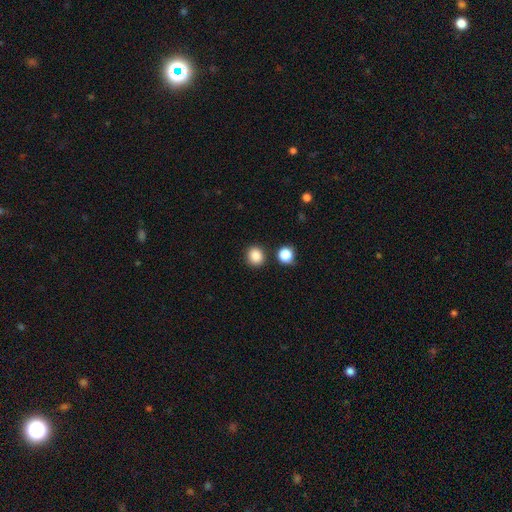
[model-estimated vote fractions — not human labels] Overall: smooth (86%). How rounded: round (85%). Merging: none (86%).